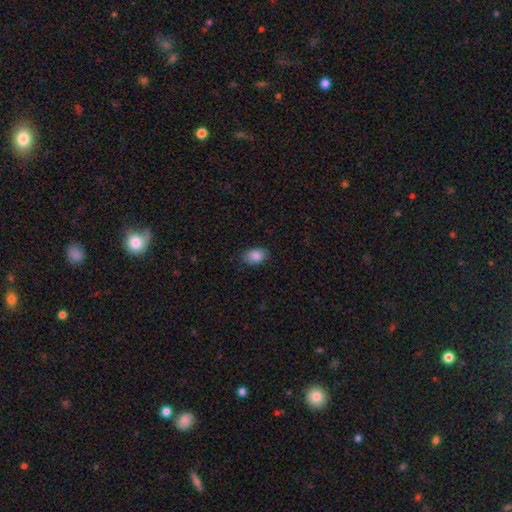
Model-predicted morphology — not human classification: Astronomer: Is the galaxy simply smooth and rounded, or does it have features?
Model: smooth — 87%.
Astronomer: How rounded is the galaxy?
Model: in between — 80%.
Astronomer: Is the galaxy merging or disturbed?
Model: none — 81%.